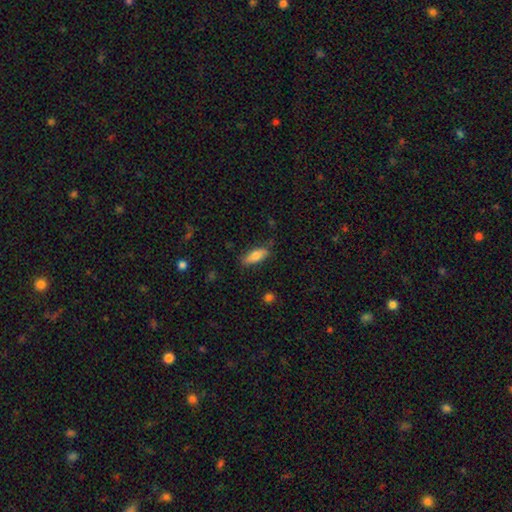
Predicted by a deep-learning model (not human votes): smooth 77%, featured or disk 16%, star or artifact 7%. Down the decision tree: how rounded — in between (75%); merging — none (78%).